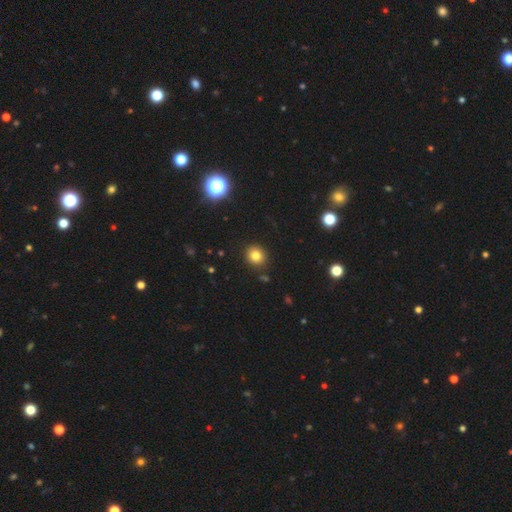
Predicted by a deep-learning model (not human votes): Smooth or featured? smooth (80%)
How rounded? round (85%)
Merging? none (89%)